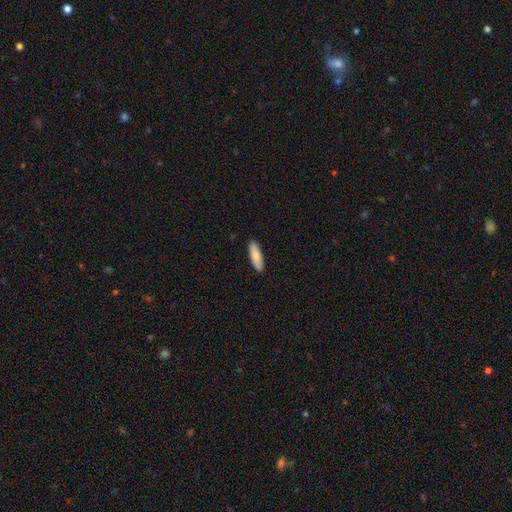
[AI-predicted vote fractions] This appears to be a smooth galaxy with no disk features (87%) that is cigar-shaped (54%). Merging: none (90%).